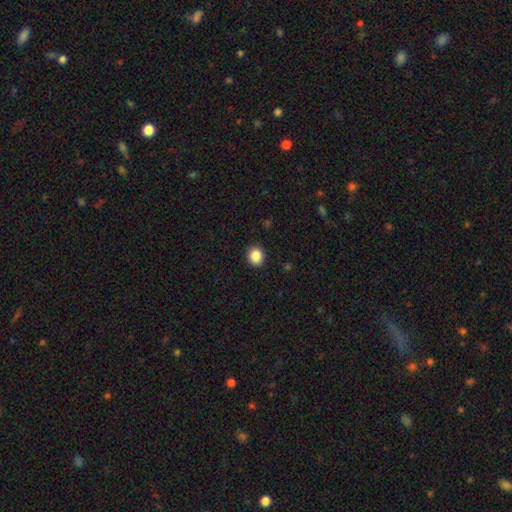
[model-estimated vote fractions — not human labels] Smooth or featured? Predicted: smooth (p=0.86). How rounded? Predicted: round (p=0.79). Merging? Predicted: none (p=0.92).